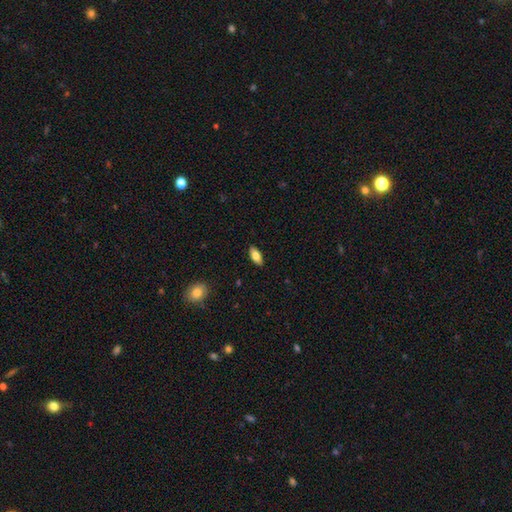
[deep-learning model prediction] Smooth or featured?
  - smooth: 76% *
  - featured or disk: 17%
  - star or artifact: 7%
How rounded?
  - in between: 88% *
  - cigar-shaped: 10%
  - round: 3%
Merging?
  - none: 88% *
  - minor disturbance: 9%
  - major disturbance: 2%
  - merger: 1%